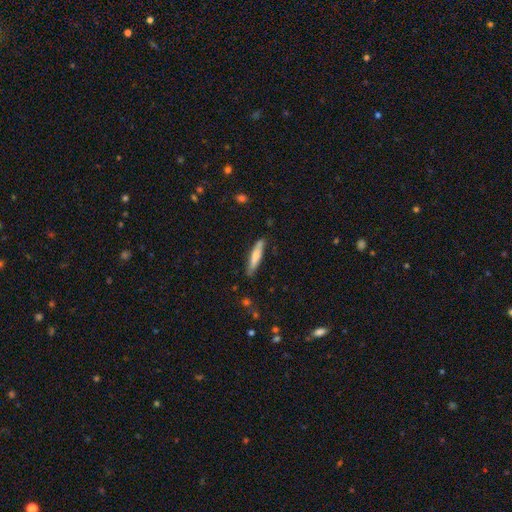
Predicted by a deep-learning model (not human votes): smooth 69%, featured or disk 26%, star or artifact 6%. Down the decision tree: how rounded — cigar-shaped (87%); merging — none (84%).